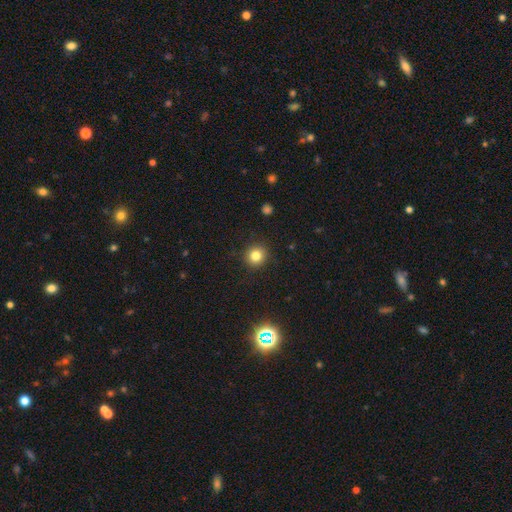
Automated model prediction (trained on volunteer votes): A smooth galaxy with no disk features (81%) that is round (92%). Merging: none (91%).